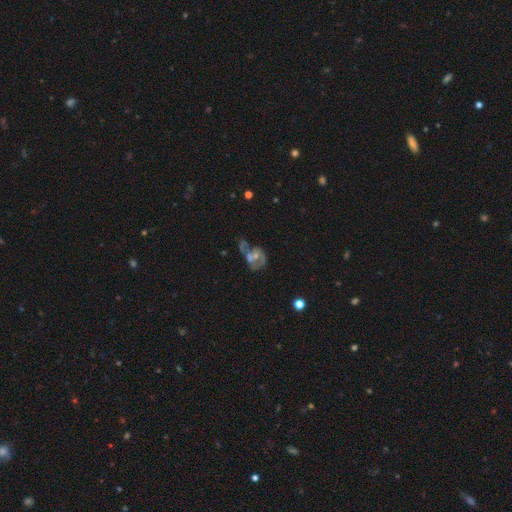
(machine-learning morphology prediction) Overall: featured or disk (63%). Edge-on disk: no (97%). Bar: no (69%). Spiral arms: yes (53%; no 47%). Bulge size: small (40%; moderate 39%). Merging: merger (32%; none 29%).